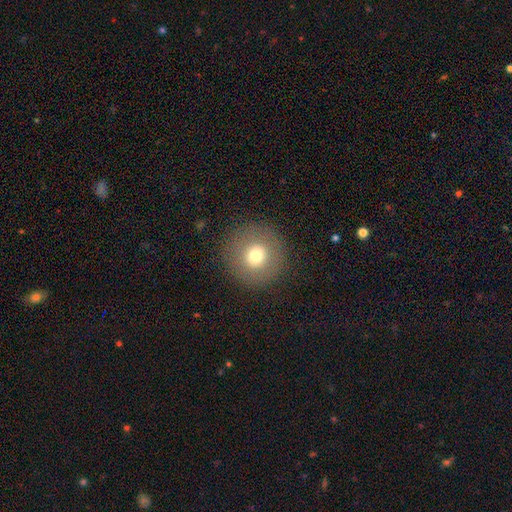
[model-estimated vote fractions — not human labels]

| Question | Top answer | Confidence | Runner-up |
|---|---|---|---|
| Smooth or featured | smooth | 72% | featured or disk (17%) |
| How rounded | round | 95% | in between (4%) |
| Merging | none | 90% | minor disturbance (6%) |